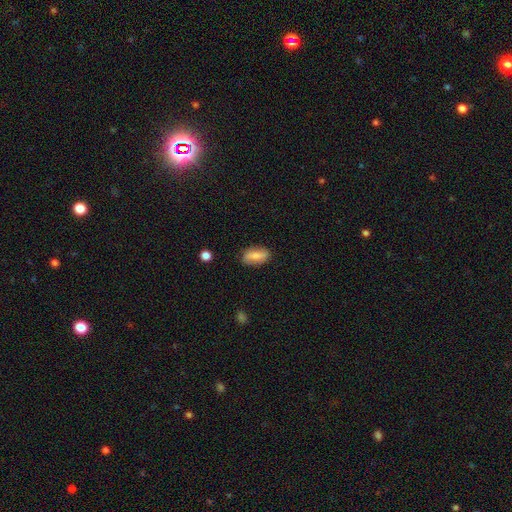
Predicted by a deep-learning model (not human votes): Overall: smooth (71%). How rounded: in between (87%). Merging: none (80%).